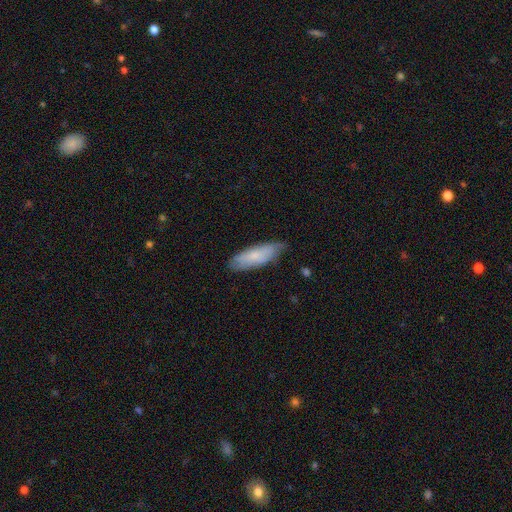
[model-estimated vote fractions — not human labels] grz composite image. It shows a smooth galaxy with no disk features (72%) that is in between round and cigar-shaped (51%). Merging: none (73%).